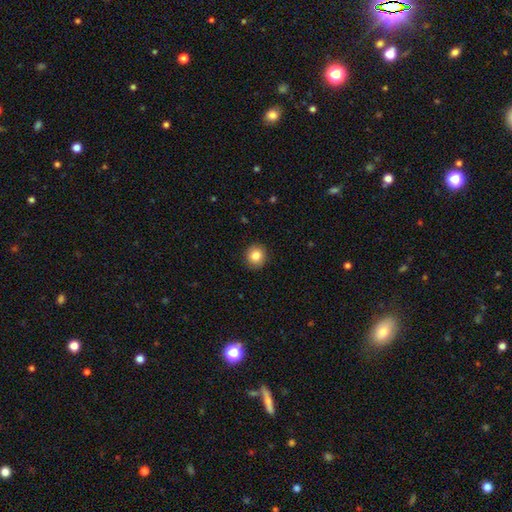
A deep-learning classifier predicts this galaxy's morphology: This appears to be a smooth galaxy with no disk features (84%) that is round (88%). Merging: none (90%).